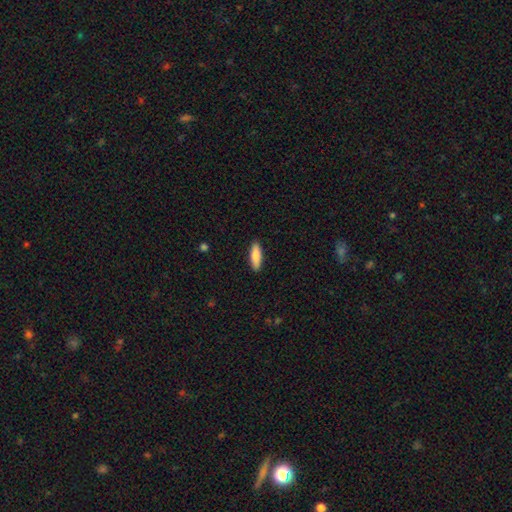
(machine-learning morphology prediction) A smooth galaxy with no disk features (86%) that is in between round and cigar-shaped (50%).

Vote fractions:
- Smooth or featured? smooth: 86% / featured or disk: 9% / star or artifact: 6%
- How rounded? in between: 50% / cigar-shaped: 49% / round: 2%
- Merging? none: 90% / minor disturbance: 7% / major disturbance: 2% / merger: 1%